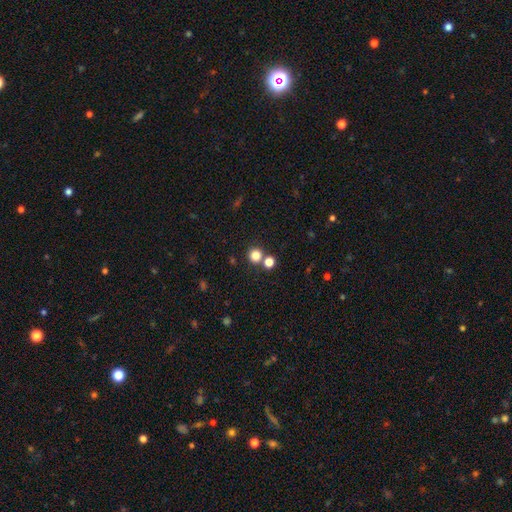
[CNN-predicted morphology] This is clearly a smooth galaxy (81%). How rounded: clearly round (92%). Merging: likely none (73%).